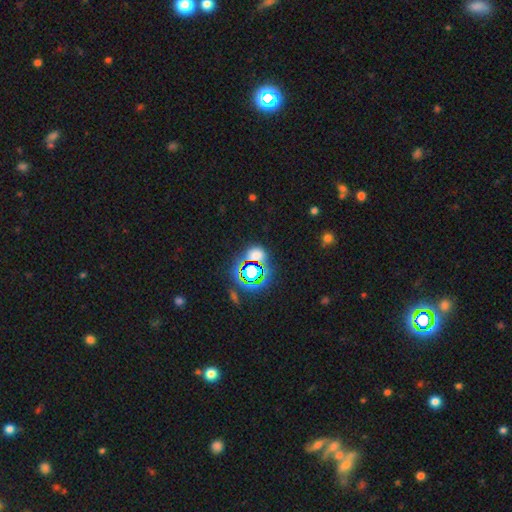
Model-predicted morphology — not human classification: A star or artifact, not a galaxy (54%).